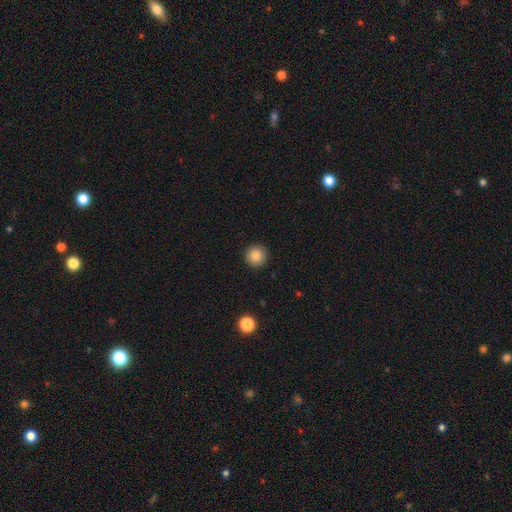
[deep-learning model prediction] A smooth galaxy with no disk features (85%) that is round (95%). Merging: none (92%).